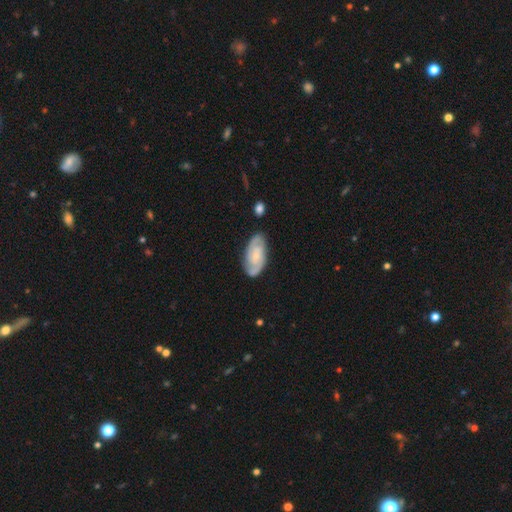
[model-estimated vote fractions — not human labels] Q: Smooth or featured?
A: featured or disk (77%); runner-up: smooth (18%)
Q: Edge-on disk?
A: no (95%); runner-up: yes (5%)
Q: Bar?
A: no (61%); runner-up: weak (33%)
Q: Spiral arms?
A: yes (95%); runner-up: no (5%)
Q: Spiral winding?
A: tight (48%); runner-up: medium (41%)
Q: Spiral arm count?
A: 2 (73%); runner-up: can't tell (12%)
Q: Bulge size?
A: small (65%); runner-up: moderate (25%)
Q: Merging?
A: none (79%); runner-up: minor disturbance (15%)